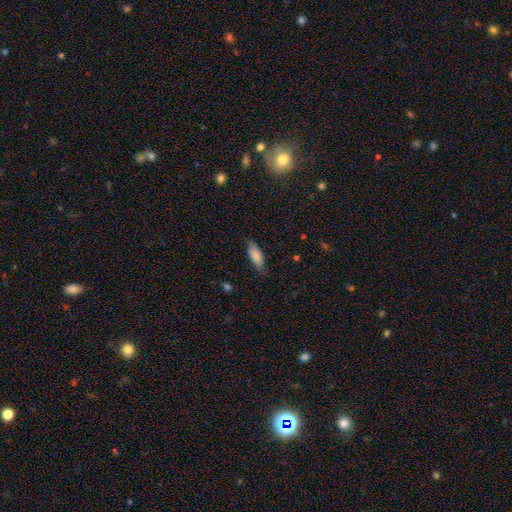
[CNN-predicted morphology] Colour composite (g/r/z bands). It shows a smooth galaxy with no disk features (85%) that is in between round and cigar-shaped (67%). Merging: none (78%).